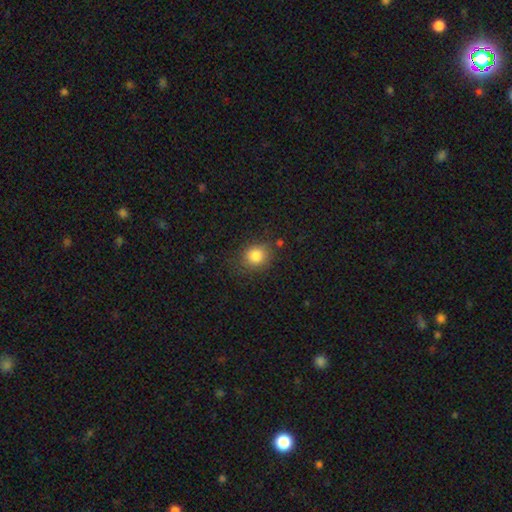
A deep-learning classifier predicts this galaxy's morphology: This is clearly a smooth galaxy (83%). How rounded: likely round (73%). Merging: likely none (78%).